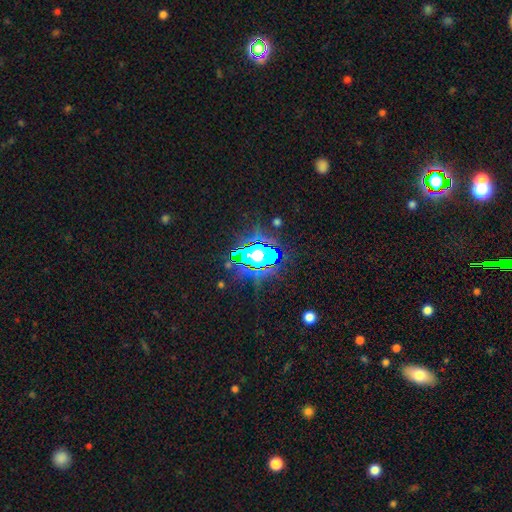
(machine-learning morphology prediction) A star or artifact, not a galaxy (75%).

Vote fractions:
- Smooth or featured? star or artifact: 75% / smooth: 14% / featured or disk: 11%